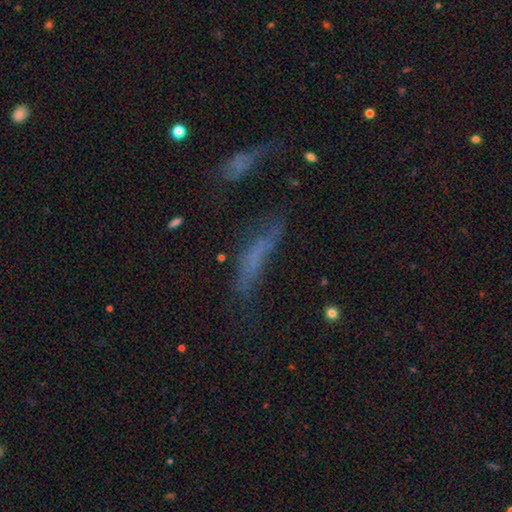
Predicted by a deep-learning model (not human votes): Smooth or featured: smooth — 48% (featured or disk — 30%)
Merging: none — 41% (major disturbance — 28%)